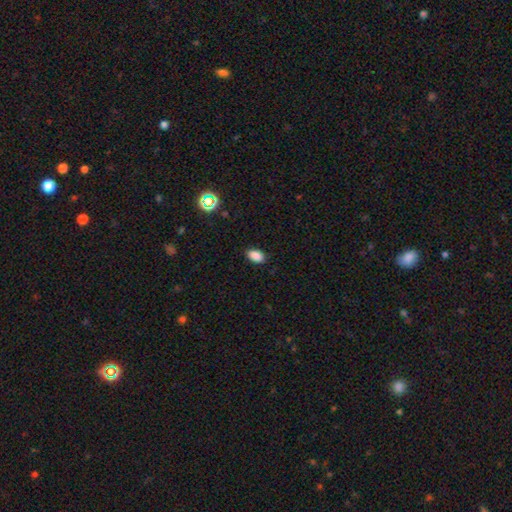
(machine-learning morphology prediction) A smooth galaxy with no disk features (87%) that is in between round and cigar-shaped (89%).

Vote fractions:
- Smooth or featured? smooth: 87% / star or artifact: 10% / featured or disk: 3%
- How rounded? in between: 89% / round: 9% / cigar-shaped: 2%
- Merging? none: 86% / minor disturbance: 11% / major disturbance: 2% / merger: 1%